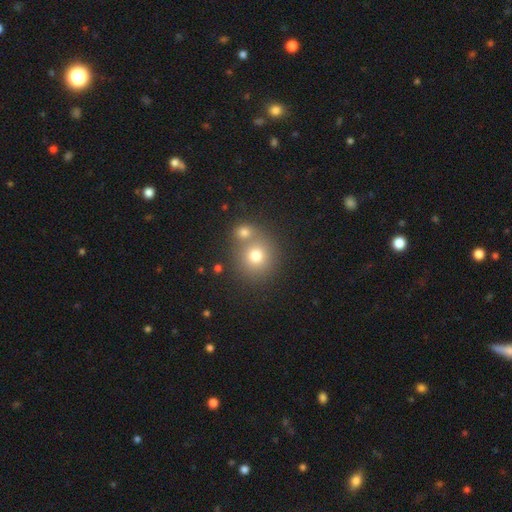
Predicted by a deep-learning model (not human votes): Smooth or featured? smooth (74%)
How rounded? round (89%)
Merging? none (56%)